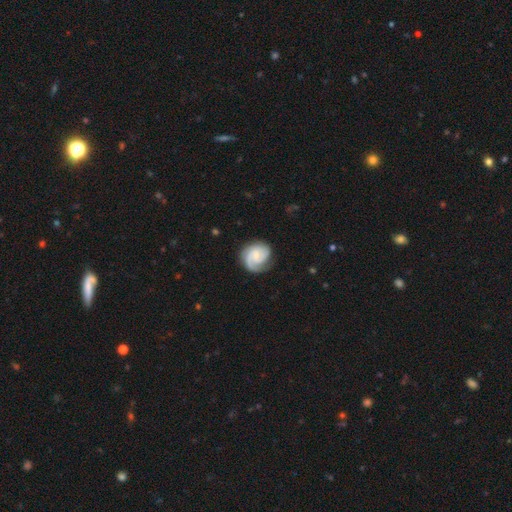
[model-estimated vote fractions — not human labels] Smooth or featured? featured or disk (79%)
Edge-on disk? no (98%)
Bar? no (55%)
Spiral arms? yes (97%)
Spiral winding? tight (54%)
Spiral arm count? 2 (53%)
Bulge size? small (56%)
Merging? none (74%)